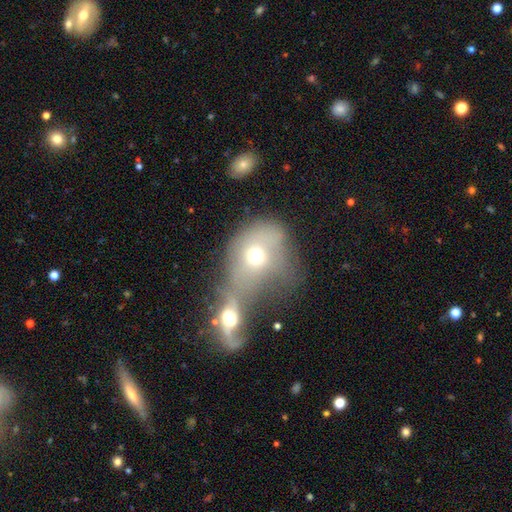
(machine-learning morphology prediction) Smooth or featured? smooth (59%)
How rounded? round (52%)
Merging? merger (70%)